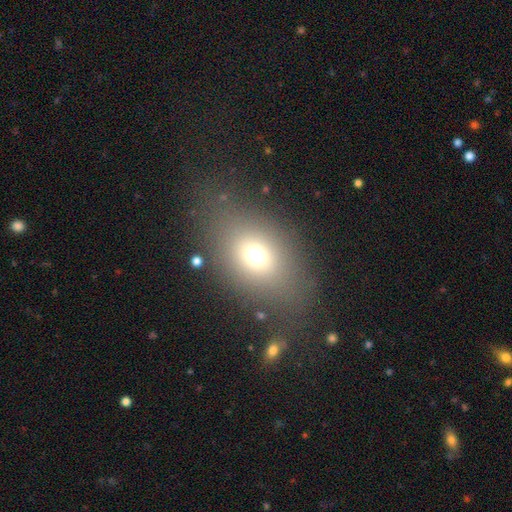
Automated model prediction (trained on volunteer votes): smooth-or-featured: smooth: 68% | star or artifact: 18% | featured or disk: 14%
  how-rounded: in between: 62% | round: 36% | cigar-shaped: 2%
  merging: none: 75% | minor disturbance: 12% | major disturbance: 9% | merger: 4%